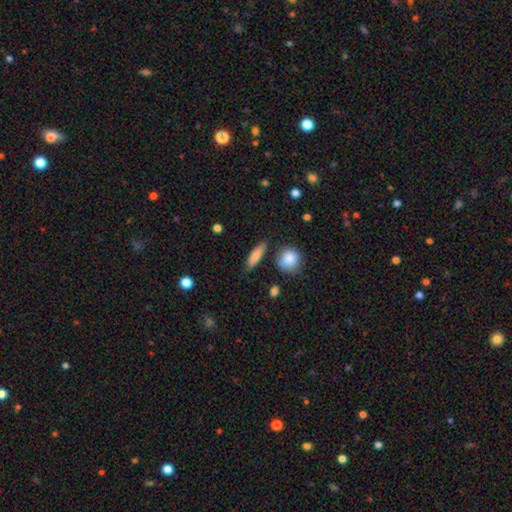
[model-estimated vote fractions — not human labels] This appears to be a smooth galaxy with no disk features (81%) that is cigar-shaped (58%). Merging: none (79%).